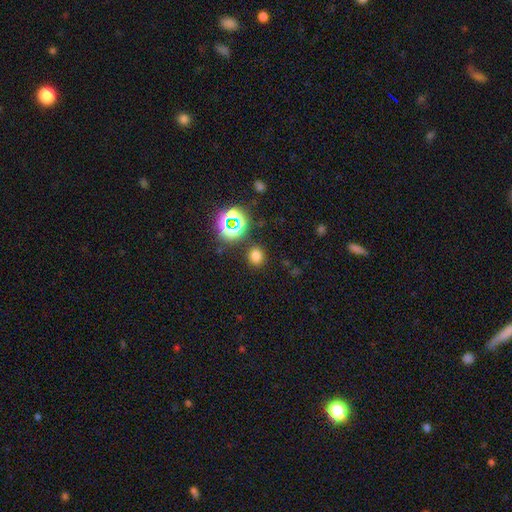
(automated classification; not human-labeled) Morphology: type=smooth (71%); roundness=round (76%); merging=none (86%).